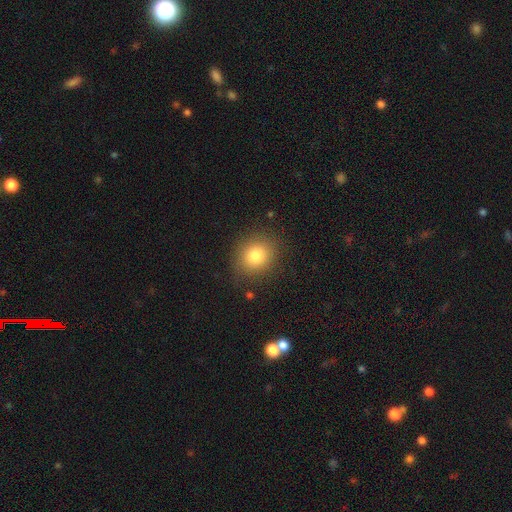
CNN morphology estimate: Overall: smooth (80%). How rounded: round (76%). Merging: none (86%).